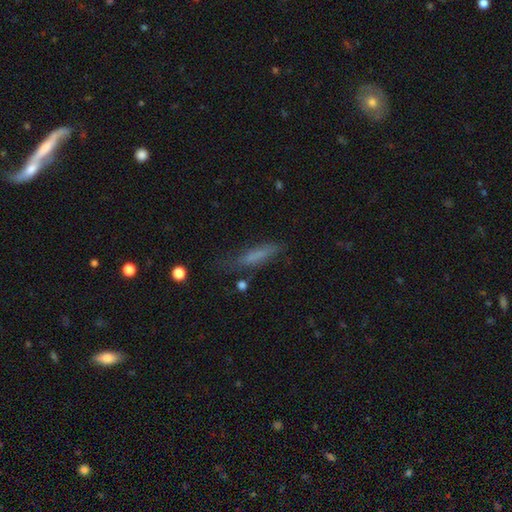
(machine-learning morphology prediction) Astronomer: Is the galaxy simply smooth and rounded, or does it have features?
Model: smooth — 66%.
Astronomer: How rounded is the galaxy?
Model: cigar-shaped — 80%.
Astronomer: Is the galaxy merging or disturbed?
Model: none — 63%.